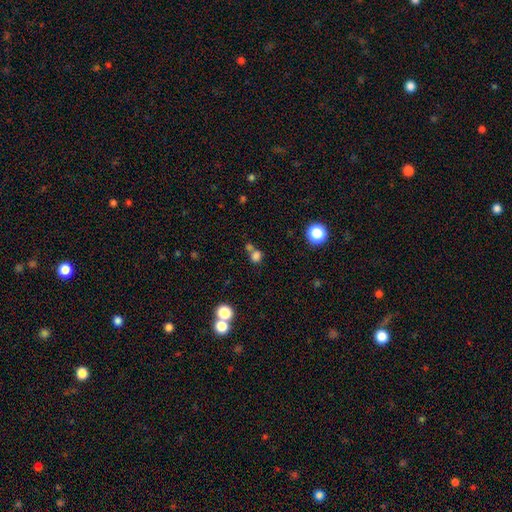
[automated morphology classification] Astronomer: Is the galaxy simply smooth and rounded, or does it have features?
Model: smooth — 75%.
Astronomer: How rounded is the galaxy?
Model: round — 68%.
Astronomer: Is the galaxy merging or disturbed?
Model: none — 48% (runner-up: merger, 38%).